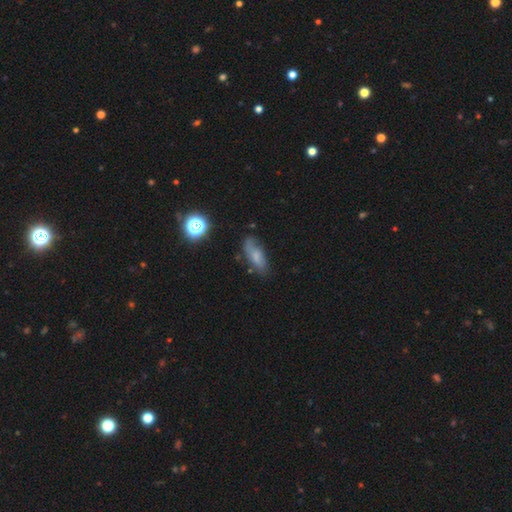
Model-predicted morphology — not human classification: Smooth or featured?
  - smooth: 63% *
  - featured or disk: 25%
  - star or artifact: 11%
How rounded?
  - in between: 73% *
  - cigar-shaped: 22%
  - round: 4%
Merging?
  - none: 60% *
  - minor disturbance: 27%
  - major disturbance: 10%
  - merger: 3%